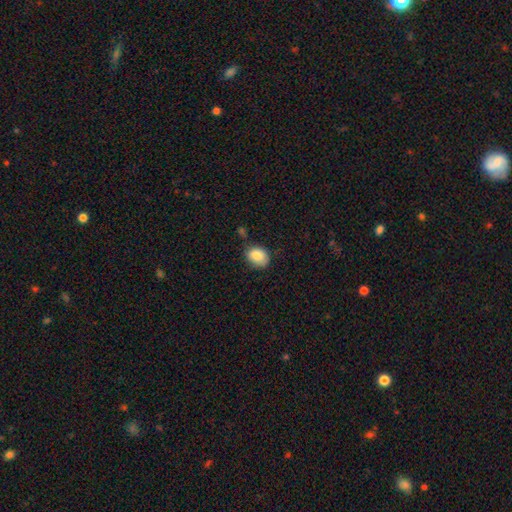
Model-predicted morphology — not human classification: A smooth galaxy with no disk features (86%) that is in between round and cigar-shaped (61%). Merging: none (68%).